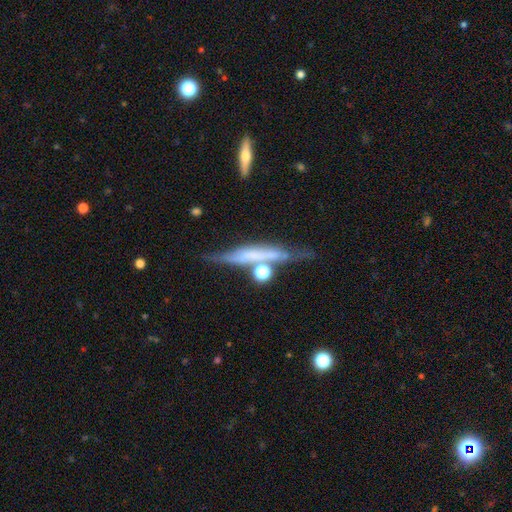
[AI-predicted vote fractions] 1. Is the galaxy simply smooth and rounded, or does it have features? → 58% featured or disk, 33% smooth, 9% star or artifact.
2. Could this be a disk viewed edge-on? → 89% yes, 11% no.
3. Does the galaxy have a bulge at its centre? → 52% none, 28% rounded, 20% boxy.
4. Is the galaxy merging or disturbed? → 59% none, 22% minor disturbance, 12% merger, 8% major disturbance.